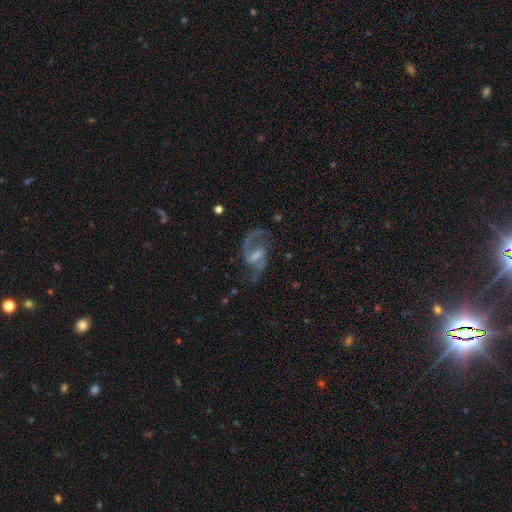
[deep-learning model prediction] featured or disk 89%, star or artifact 6%, smooth 5%. Down the decision tree: edge-on disk — no (97%); bar — weak (54%); spiral arms — yes (97%); spiral arm count — 2 (92%); spiral winding — medium (50%); bulge size — small (44%); merging — none (72%).